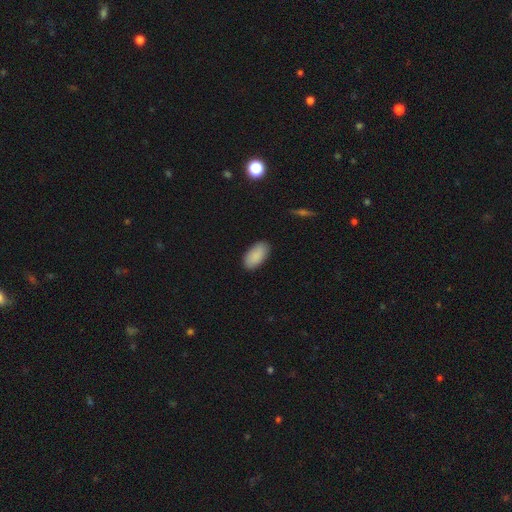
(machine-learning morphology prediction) type=smooth (90%); roundness=in between (95%); merging=none (87%).